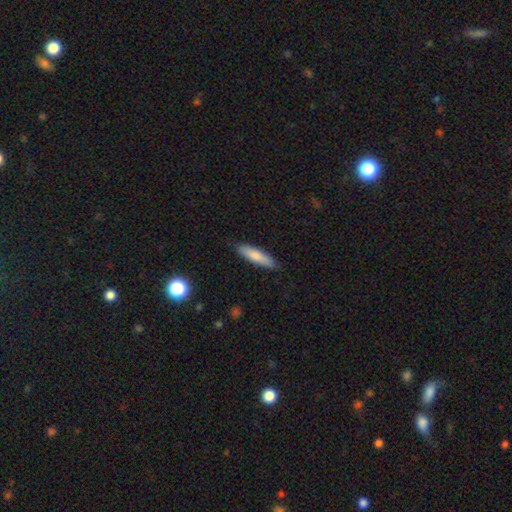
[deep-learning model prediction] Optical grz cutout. It shows a smooth galaxy with no disk features (79%) that is cigar-shaped (72%). Merging: none (85%).